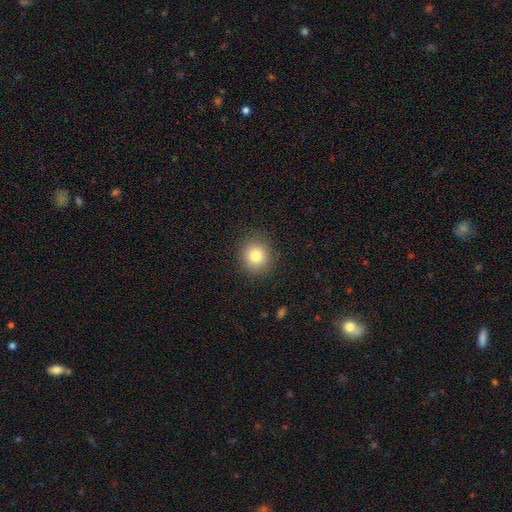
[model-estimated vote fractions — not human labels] Smooth or featured: smooth — 81% (star or artifact — 11%)
How rounded: round — 85% (in between — 14%)
Merging: none — 89% (minor disturbance — 8%)